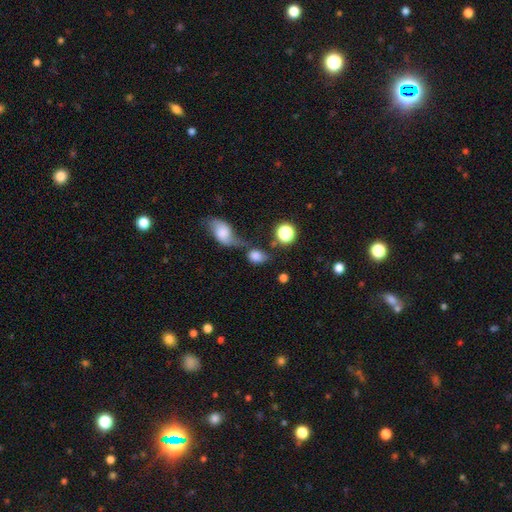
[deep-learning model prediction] This appears to be a smooth galaxy with no disk features (75%) that is in between round and cigar-shaped (66%). Merging: merger (38%).